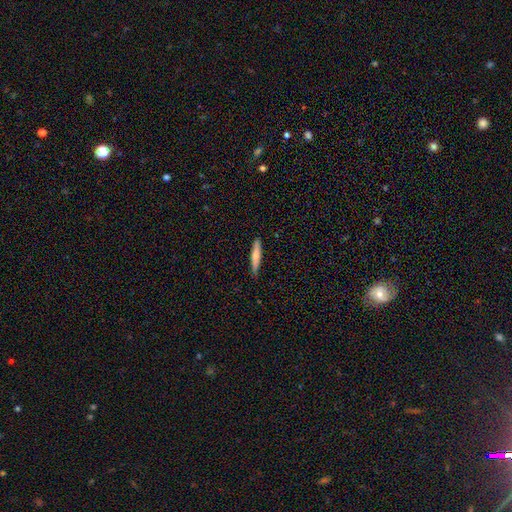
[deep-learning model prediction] Q: Smooth or featured?
A: smooth (65%); runner-up: featured or disk (30%)
Q: How rounded?
A: cigar-shaped (91%); runner-up: in between (7%)
Q: Merging?
A: none (87%); runner-up: minor disturbance (10%)